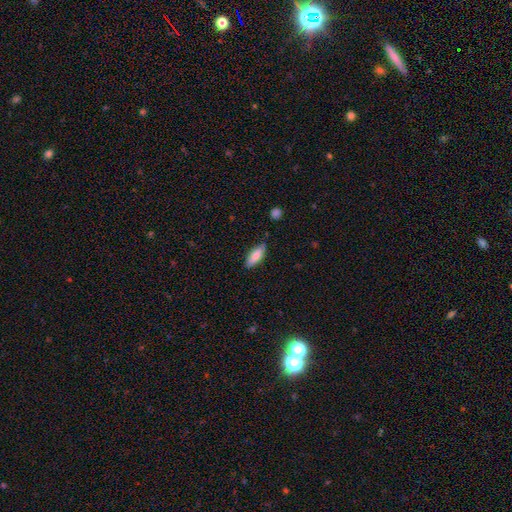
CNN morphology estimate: smooth_or_featured: smooth (p=0.80) [alt: featured or disk p=0.14]
how_rounded: in between (p=0.64) [alt: cigar-shaped p=0.34]
merging: none (p=0.80) [alt: minor disturbance p=0.15]